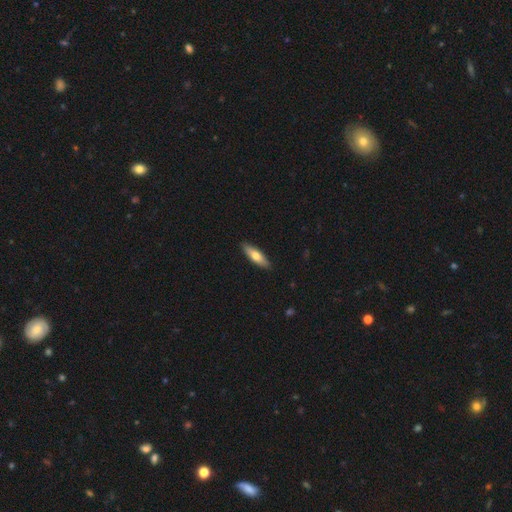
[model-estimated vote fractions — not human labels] This is likely a smooth galaxy (65%). How rounded: possibly cigar-shaped (55%). Merging: clearly none (89%).